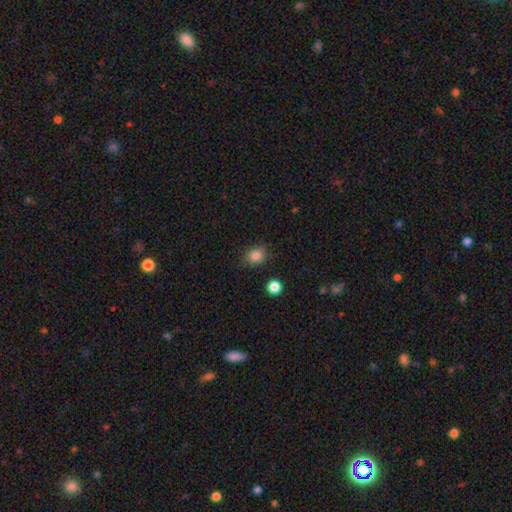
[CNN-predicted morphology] Smooth or featured: smooth — 85% (star or artifact — 11%)
How rounded: round — 52% (in between — 47%)
Merging: none — 81% (minor disturbance — 13%)